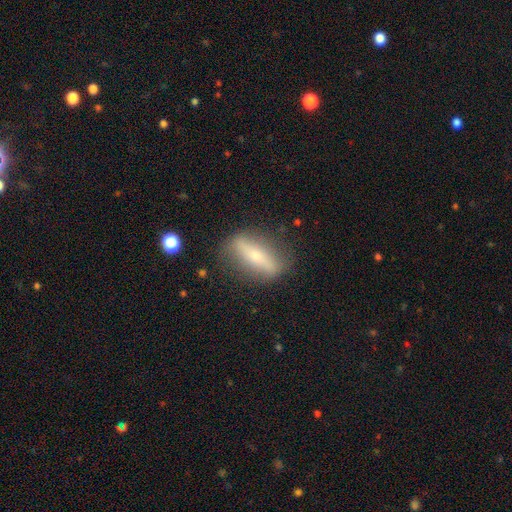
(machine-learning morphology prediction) The model was most divided on "smooth or featured": featured or disk: 55%, smooth: 38%, star or artifact: 8%. More confident: merging — none (81%); edge-on disk — yes (66%).